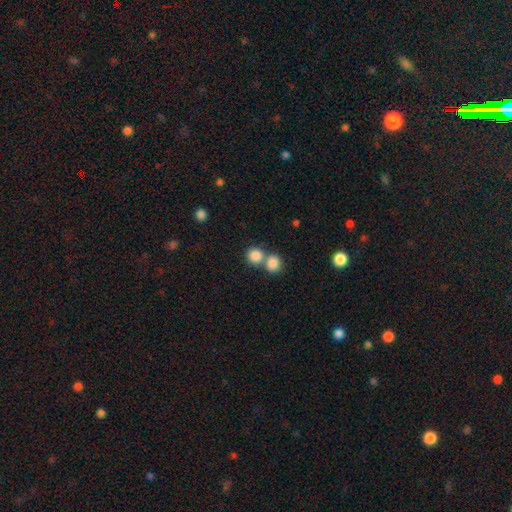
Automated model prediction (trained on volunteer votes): Smooth or featured: smooth — 84% (star or artifact — 9%)
How rounded: round — 85% (in between — 14%)
Merging: none — 46% (merger — 45%)